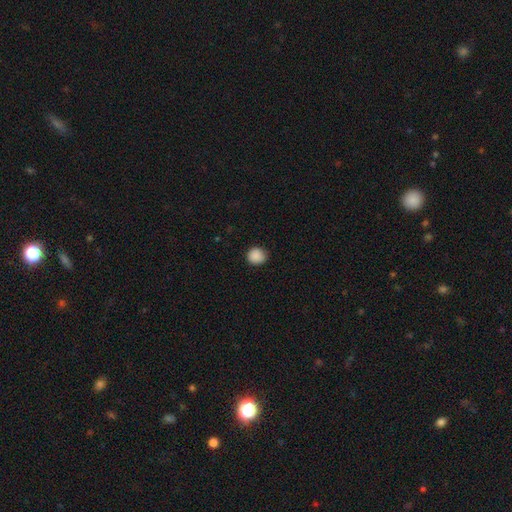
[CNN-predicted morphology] Smooth or featured: smooth — 89% (star or artifact — 9%)
How rounded: round — 88% (in between — 11%)
Merging: none — 85% (minor disturbance — 12%)